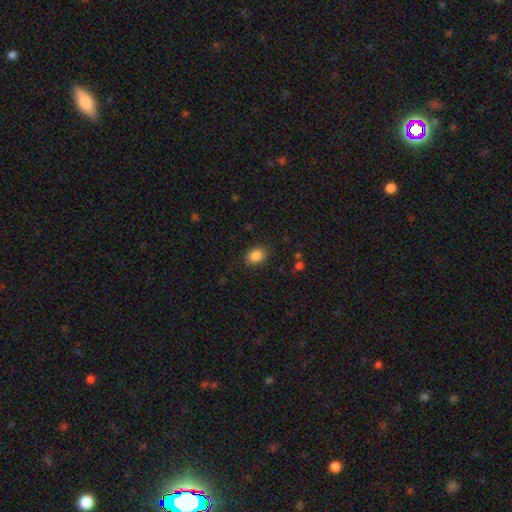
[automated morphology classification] A smooth galaxy with no disk features (87%) that is in between round and cigar-shaped (61%).

Vote fractions:
- Smooth or featured? smooth: 87% / star or artifact: 9% / featured or disk: 4%
- How rounded? in between: 61% / round: 38% / cigar-shaped: 1%
- Merging? none: 85% / minor disturbance: 11% / major disturbance: 3% / merger: 1%